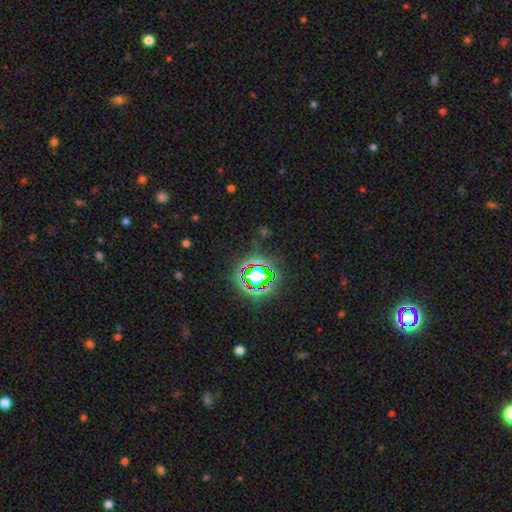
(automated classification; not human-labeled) Smooth or featured? Predicted: star or artifact (p=0.79).